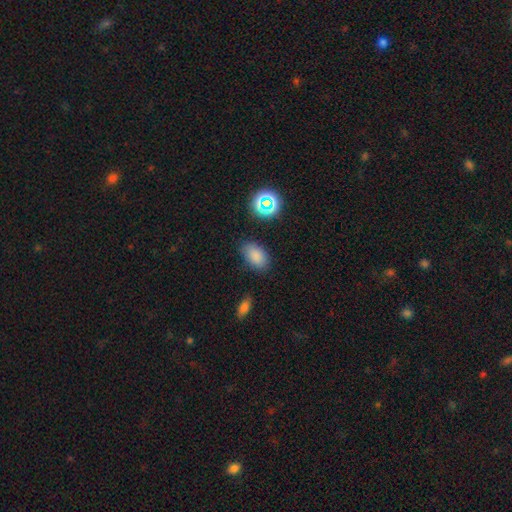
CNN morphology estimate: This appears to be a smooth galaxy with no disk features (81%) that is in between round and cigar-shaped (89%). Merging: none (79%).